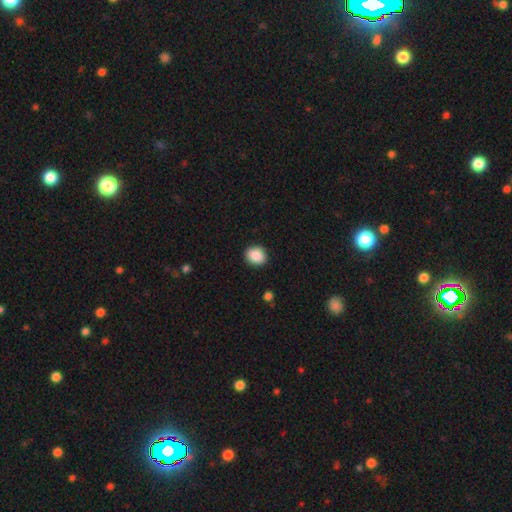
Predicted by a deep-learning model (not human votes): Smooth or featured? smooth (89%)
How rounded? round (66%)
Merging? none (90%)